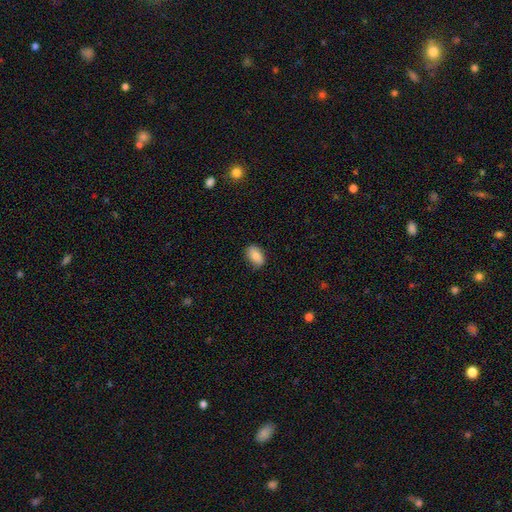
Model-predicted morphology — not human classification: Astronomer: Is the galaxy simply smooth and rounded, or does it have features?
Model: smooth — 87%.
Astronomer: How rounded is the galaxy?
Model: in between — 90%.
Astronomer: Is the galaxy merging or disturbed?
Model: none — 81%.